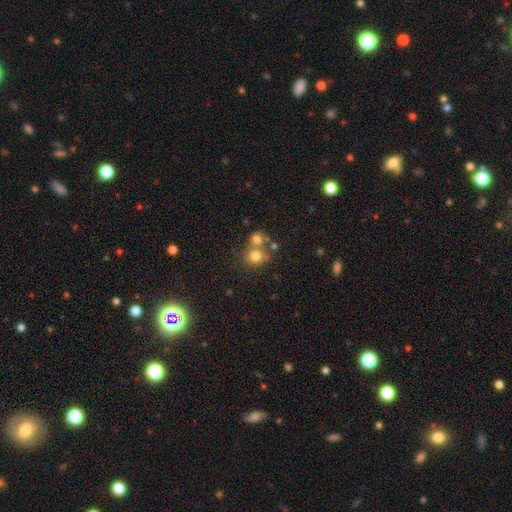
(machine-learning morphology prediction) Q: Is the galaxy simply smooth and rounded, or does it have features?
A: smooth — 75%.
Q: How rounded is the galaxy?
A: round — 82%.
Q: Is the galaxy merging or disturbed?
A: none — 47%.